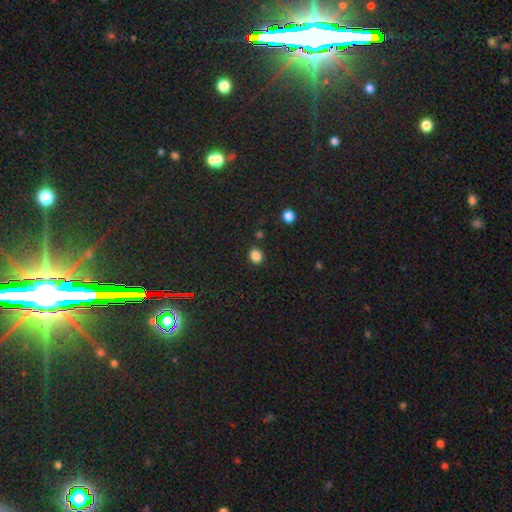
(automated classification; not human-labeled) Smooth or featured: smooth — 84% (star or artifact — 12%)
How rounded: round — 69% (in between — 30%)
Merging: none — 87% (minor disturbance — 8%)